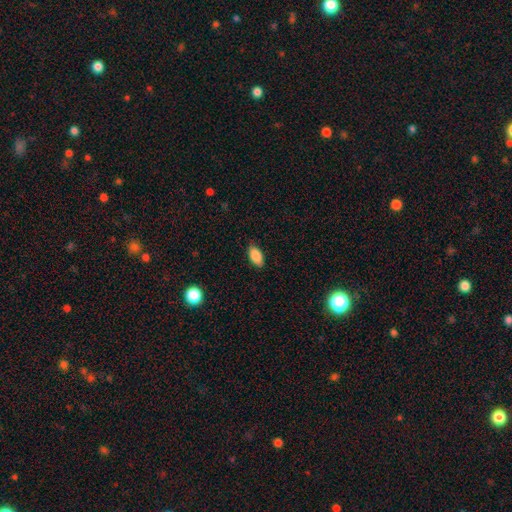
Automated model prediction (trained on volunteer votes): Smooth or featured? smooth (87%)
How rounded? in between (91%)
Merging? none (85%)